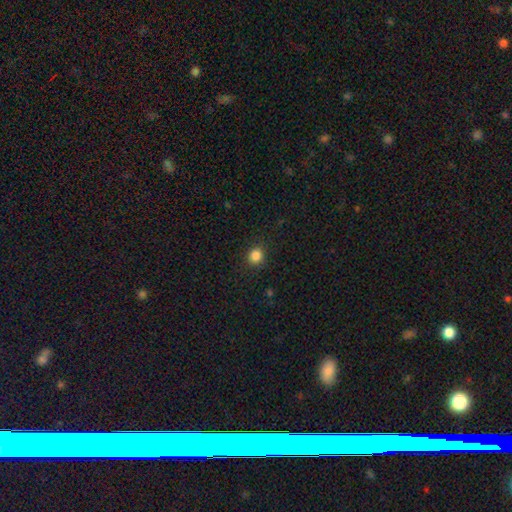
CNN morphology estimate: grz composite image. It shows a smooth galaxy with no disk features (85%) that is round (88%). Merging: none (90%).